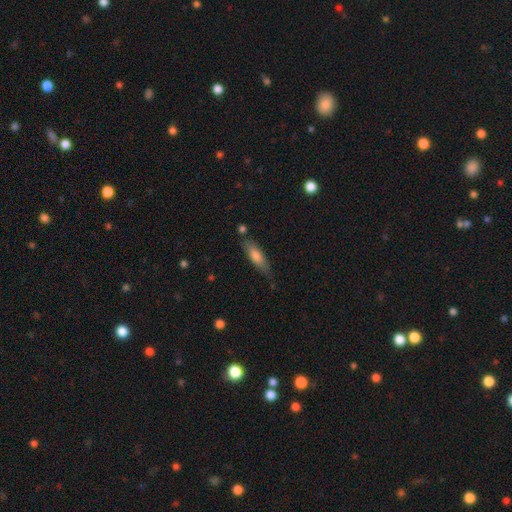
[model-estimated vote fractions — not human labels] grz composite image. It shows a smooth galaxy with no disk features (69%) that is cigar-shaped (62%). Merging: none (70%).